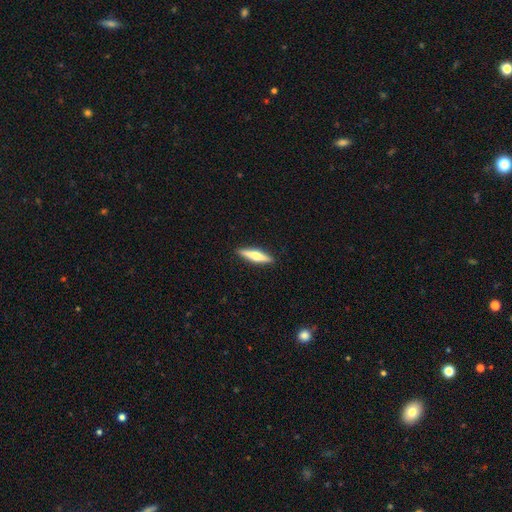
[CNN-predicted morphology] Q: Smooth or featured?
A: featured or disk (52%); runner-up: smooth (43%)
Q: Edge-on disk?
A: yes (97%); runner-up: no (3%)
Q: Merging?
A: none (91%); runner-up: minor disturbance (6%)